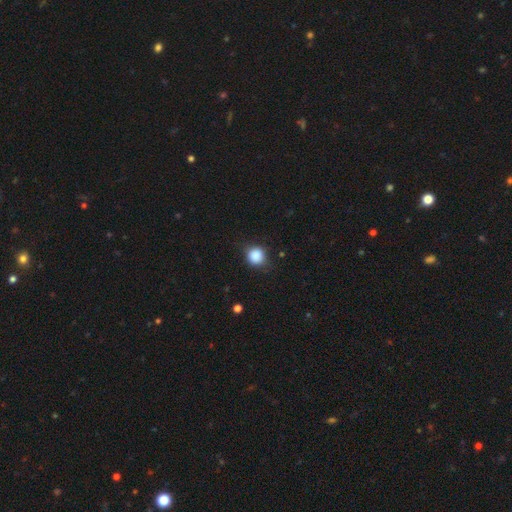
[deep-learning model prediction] This appears to be a smooth galaxy with no disk features (87%) that is round (85%). Merging: none (78%).